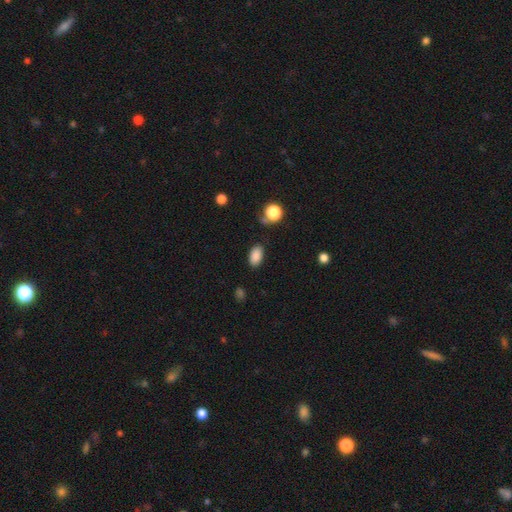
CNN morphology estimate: smooth 87%, star or artifact 9%, featured or disk 4%. Down the decision tree: how rounded — in between (92%); merging — none (83%).